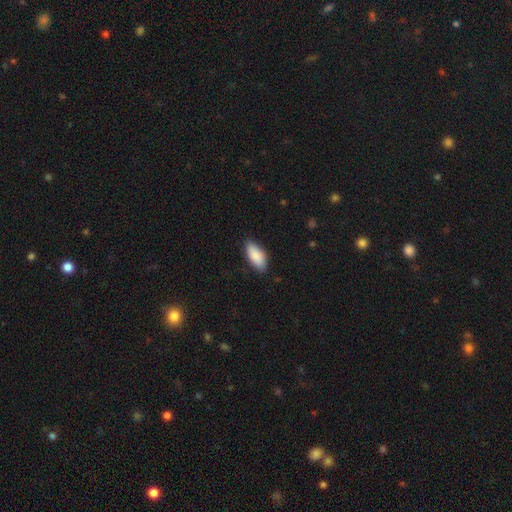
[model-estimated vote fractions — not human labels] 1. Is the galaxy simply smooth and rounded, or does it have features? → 87% smooth, 7% featured or disk, 6% star or artifact.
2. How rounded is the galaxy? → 87% in between, 11% cigar-shaped, 2% round.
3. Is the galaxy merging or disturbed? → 83% none, 14% minor disturbance, 2% major disturbance, 1% merger.